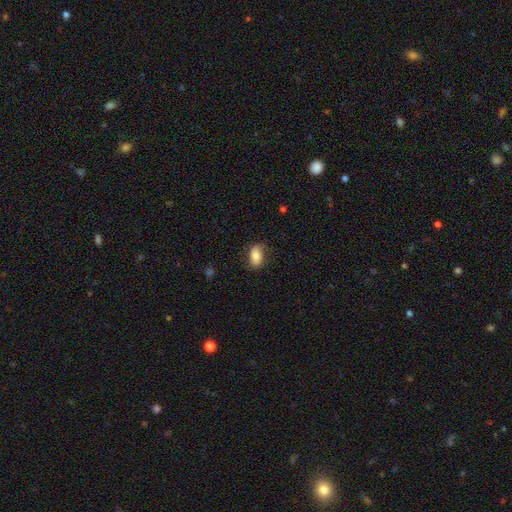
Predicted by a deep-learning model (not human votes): Q: Smooth or featured?
A: smooth (80%); runner-up: featured or disk (12%)
Q: How rounded?
A: in between (89%); runner-up: round (8%)
Q: Merging?
A: none (77%); runner-up: minor disturbance (18%)